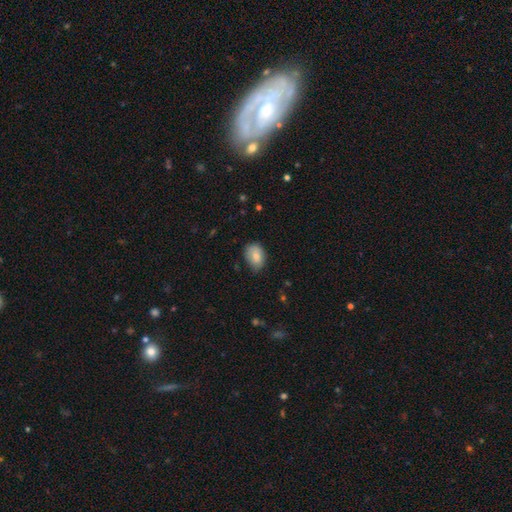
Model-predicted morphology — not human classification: Smooth or featured? smooth (78%)
How rounded? in between (78%)
Merging? none (66%)